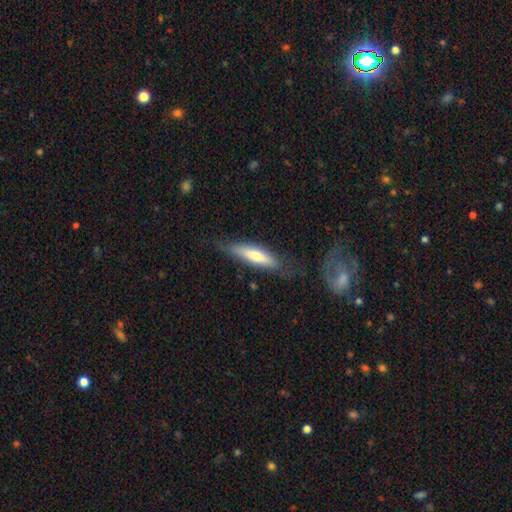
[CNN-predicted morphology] A smooth galaxy with no disk features (58%) that is cigar-shaped (71%). Merging: none (70%).